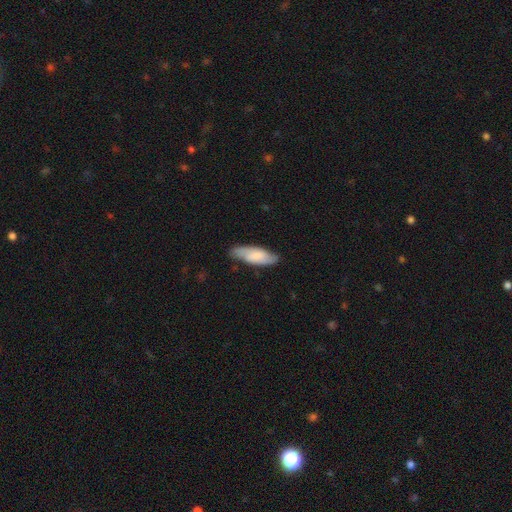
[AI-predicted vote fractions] Q: Smooth or featured?
A: smooth (61%); runner-up: featured or disk (33%)
Q: How rounded?
A: in between (63%); runner-up: cigar-shaped (36%)
Q: Merging?
A: none (76%); runner-up: minor disturbance (19%)